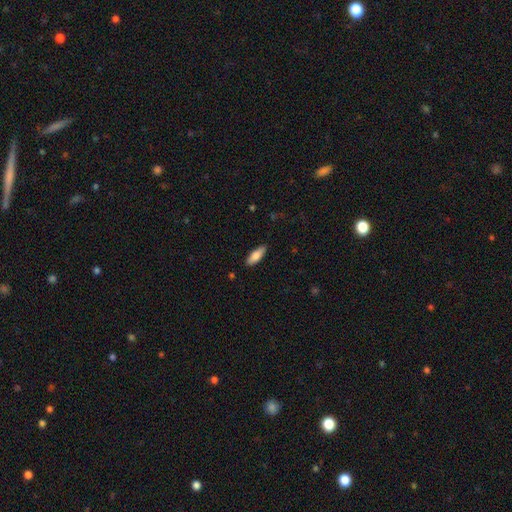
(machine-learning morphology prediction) Overall: smooth (80%). How rounded: in between (66%; cigar-shaped 32%). Merging: none (86%).